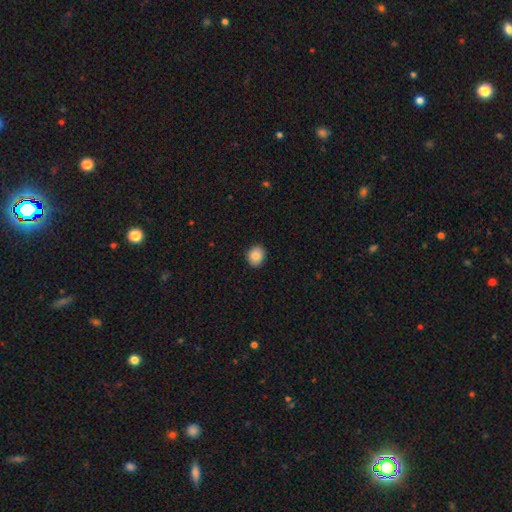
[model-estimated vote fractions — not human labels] The model was most divided on "how rounded": round: 68%, in between: 31%, cigar-shaped: 1%. More confident: merging — none (90%); smooth or featured — smooth (87%).